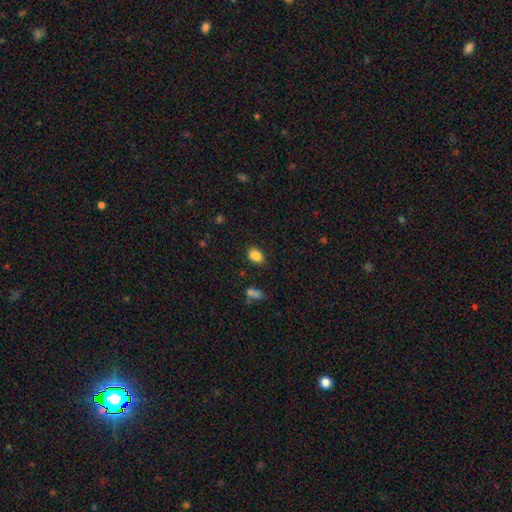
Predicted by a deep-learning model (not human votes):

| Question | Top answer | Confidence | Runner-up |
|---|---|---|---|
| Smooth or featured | smooth | 86% | star or artifact (10%) |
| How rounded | in between | 76% | round (22%) |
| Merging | none | 79% | minor disturbance (15%) |